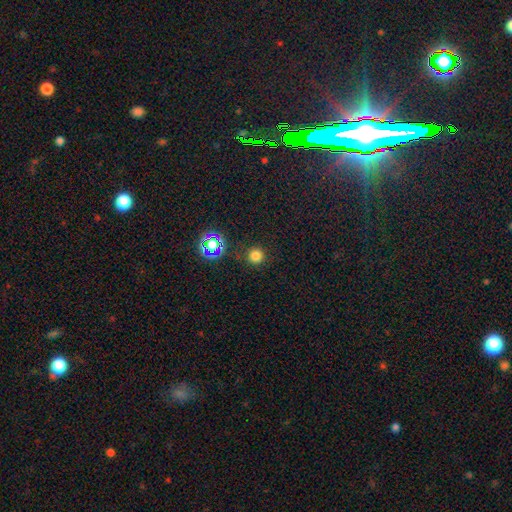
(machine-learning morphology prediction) This appears to be a smooth galaxy with no disk features (75%) that is round (95%). Merging: none (89%).